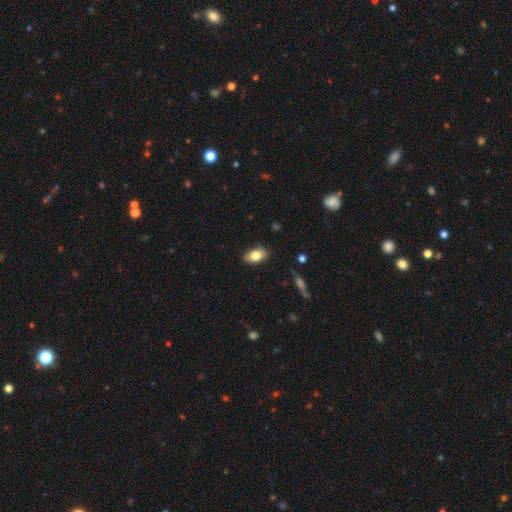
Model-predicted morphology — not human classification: A smooth galaxy with no disk features (78%) that is in between round and cigar-shaped (89%). Merging: none (81%).